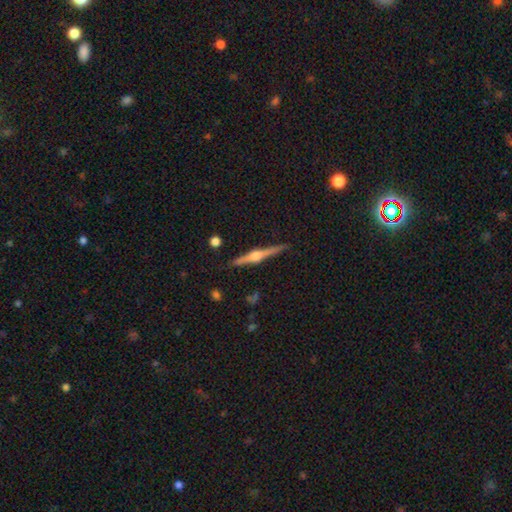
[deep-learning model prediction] The model was most divided on "smooth or featured": featured or disk: 81%, smooth: 13%, star or artifact: 6%. More confident: edge-on disk — yes (98%); edge-on bulge — rounded (93%); merging — none (90%).